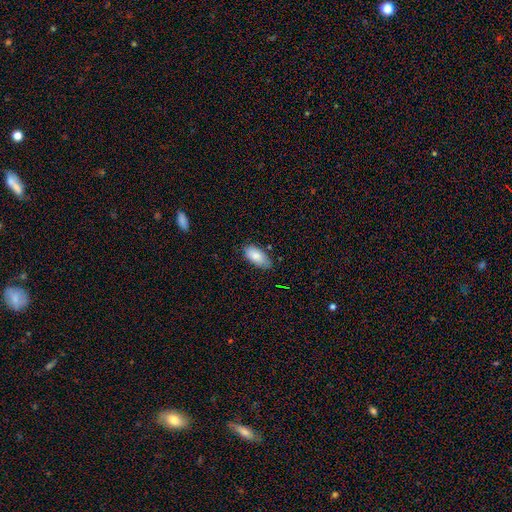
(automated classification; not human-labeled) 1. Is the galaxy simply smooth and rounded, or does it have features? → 85% smooth, 8% featured or disk, 7% star or artifact.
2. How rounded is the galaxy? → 92% in between, 6% cigar-shaped, 2% round.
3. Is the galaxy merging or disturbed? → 74% none, 21% minor disturbance, 3% major disturbance, 2% merger.